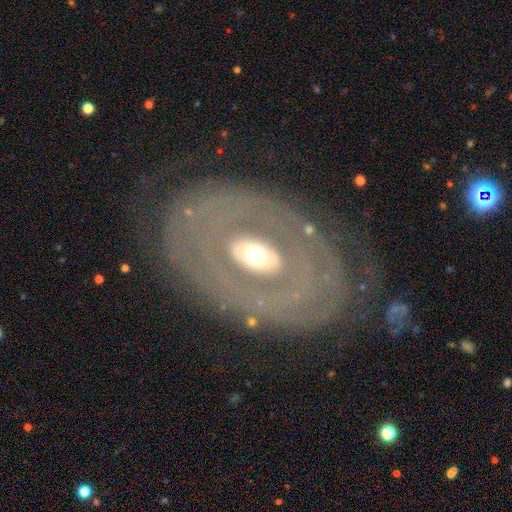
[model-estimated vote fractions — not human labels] smooth-or-featured: featured or disk: 68% | smooth: 26% | star or artifact: 6%
  disk-edge-on: no: 92% | yes: 8%
    bar: no: 71% | weak: 17% | strong: 12%
    has-spiral-arms: no: 74% | yes: 26%
    bulge-size: moderate: 64% | small: 16% | large: 16% | dominant: 2% | none: 1%
  merging: none: 78% | minor disturbance: 12% | major disturbance: 8% | merger: 2%